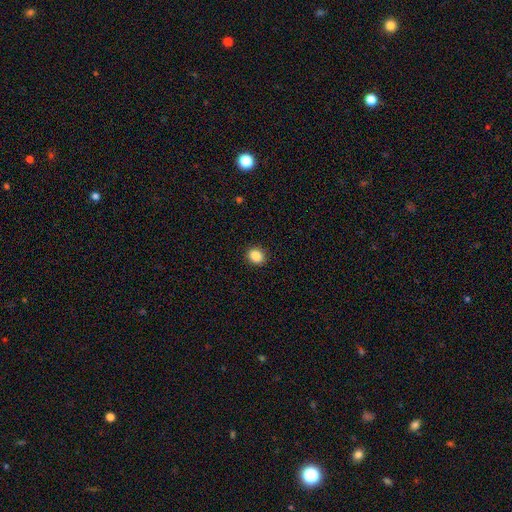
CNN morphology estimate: Overall: smooth (88%). How rounded: round (61%; in between 38%). Merging: none (90%).